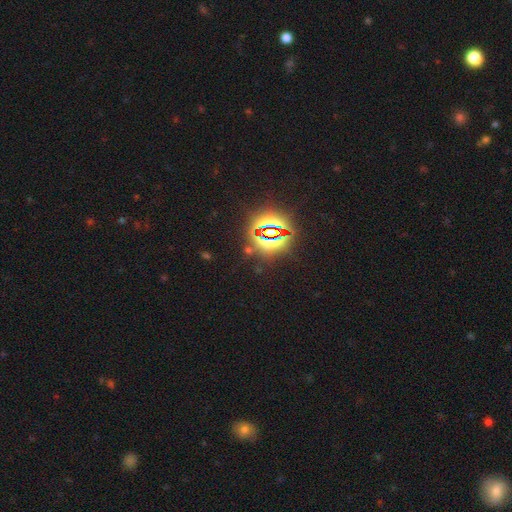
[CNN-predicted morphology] This appears to be a star or artifact, not a galaxy (84%).